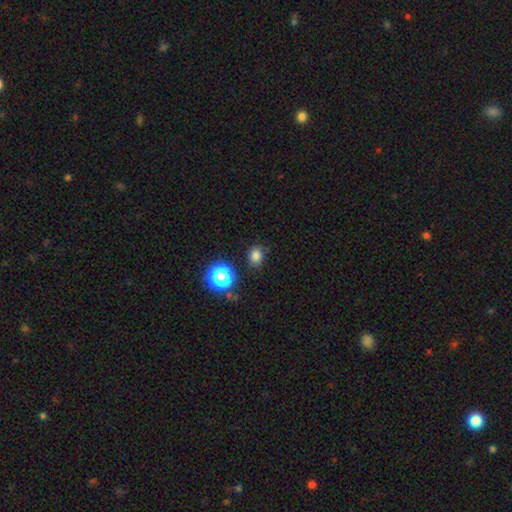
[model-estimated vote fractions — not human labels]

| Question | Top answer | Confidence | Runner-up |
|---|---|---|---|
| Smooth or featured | smooth | 78% | star or artifact (17%) |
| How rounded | round | 59% | in between (40%) |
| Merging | none | 82% | minor disturbance (12%) |